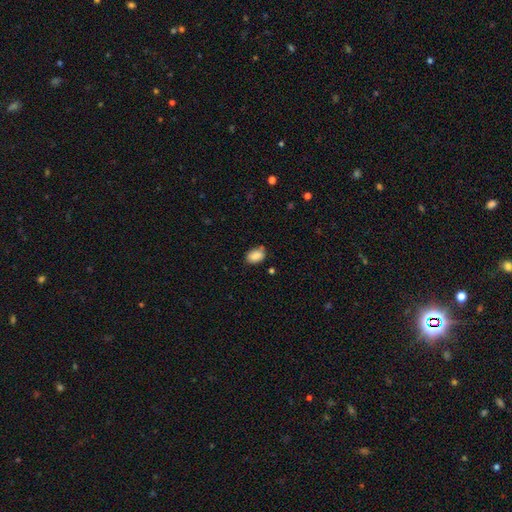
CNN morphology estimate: Overall: smooth (86%). How rounded: in between (83%). Merging: none (72%).